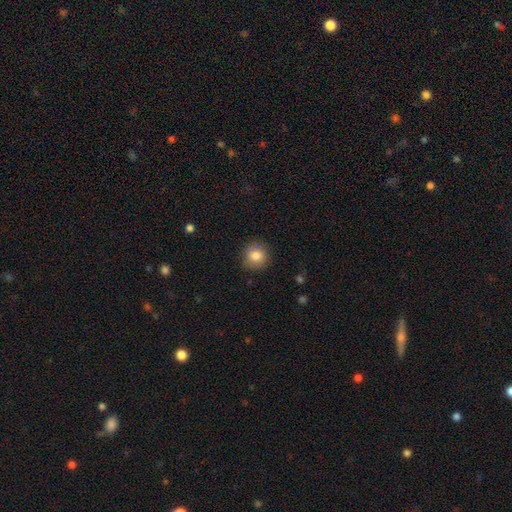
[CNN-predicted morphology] A smooth galaxy with no disk features (80%) that is round (89%). Merging: none (84%).